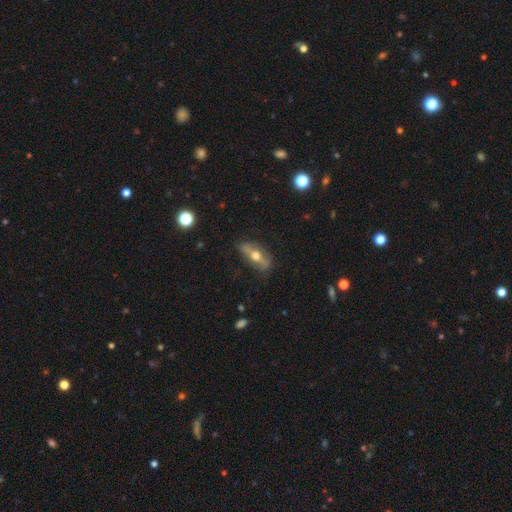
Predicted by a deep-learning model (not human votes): A featured or disk galaxy (62%) viewed edge-on (67%). Merging: none (76%).